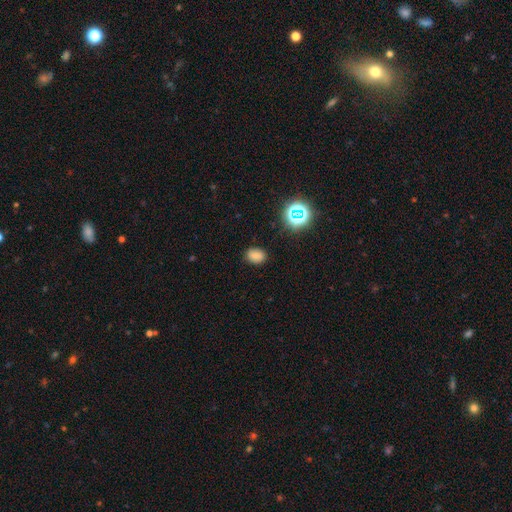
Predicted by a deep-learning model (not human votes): smooth-or-featured: smooth: 78% | star or artifact: 17% | featured or disk: 6%
  how-rounded: in between: 63% | round: 36% | cigar-shaped: 1%
  merging: none: 86% | minor disturbance: 10% | major disturbance: 3% | merger: 1%